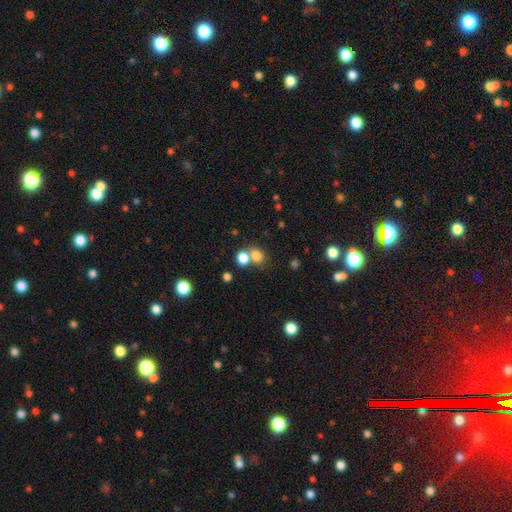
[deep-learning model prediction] This appears to be a smooth galaxy with no disk features (78%) that is round (64%). Merging: none (47%).